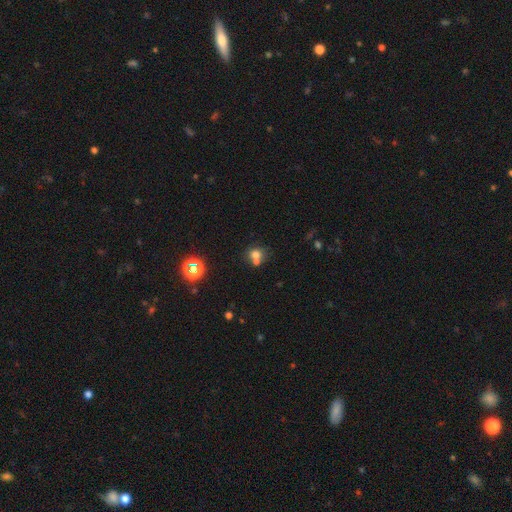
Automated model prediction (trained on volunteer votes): Overall: smooth (69%). How rounded: round (78%). Merging: merger (45%; none 43%).